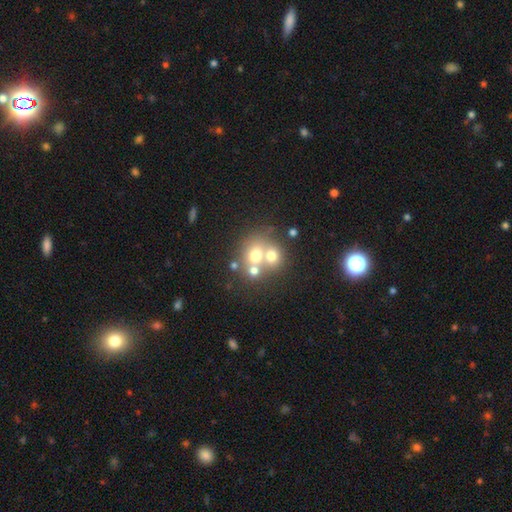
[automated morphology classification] type=smooth (63%); roundness=round (74%); merging=merger (54%).